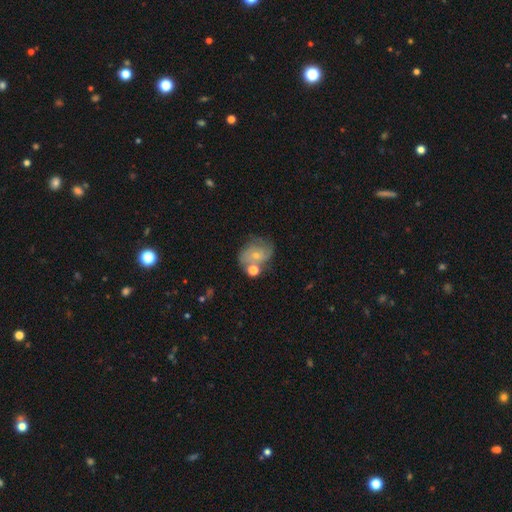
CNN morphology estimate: Smooth or featured: featured or disk — 48% (smooth — 42%)
Merging: none — 48% (minor disturbance — 22%)